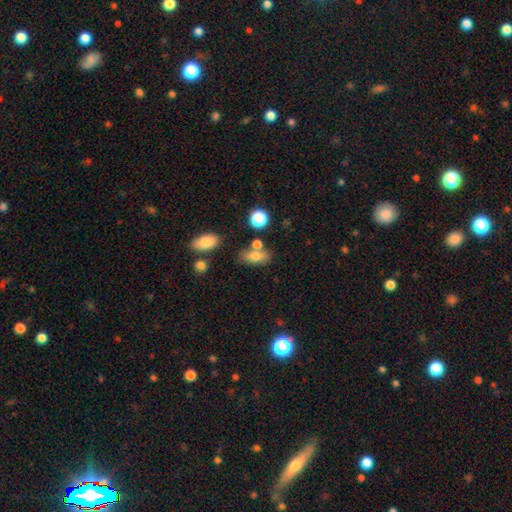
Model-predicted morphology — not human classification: smooth 75%, featured or disk 14%, star or artifact 11%. Down the decision tree: how rounded — in between (82%); merging — none (61%).